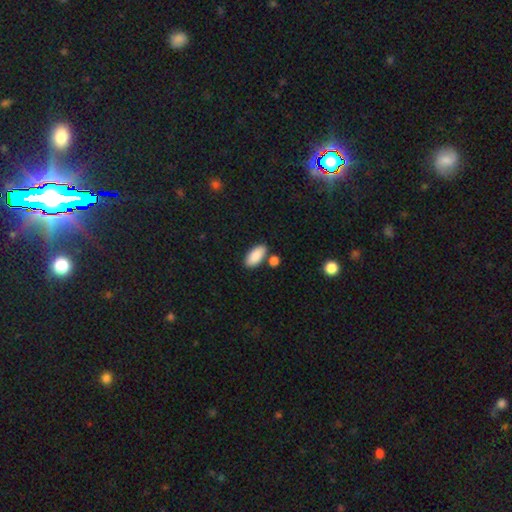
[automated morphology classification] The model was most divided on "merging": none: 77%, minor disturbance: 11%, merger: 10%, major disturbance: 3%. More confident: how rounded — in between (90%); smooth or featured — smooth (88%).